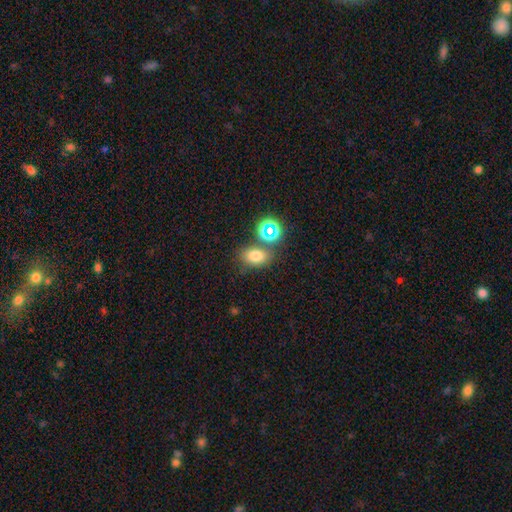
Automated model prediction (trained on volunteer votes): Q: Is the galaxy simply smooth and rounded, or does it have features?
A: smooth — 73%.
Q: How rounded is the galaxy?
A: in between — 73%.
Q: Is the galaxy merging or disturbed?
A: none — 68%.